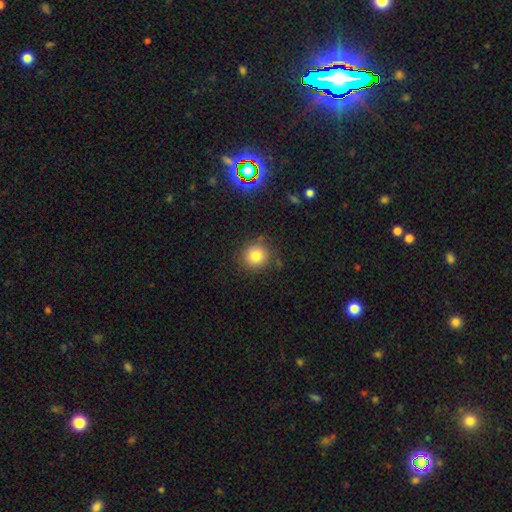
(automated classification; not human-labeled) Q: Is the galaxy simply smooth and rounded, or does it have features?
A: smooth — 79%.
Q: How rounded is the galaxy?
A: round — 90%.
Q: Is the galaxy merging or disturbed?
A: none — 85%.